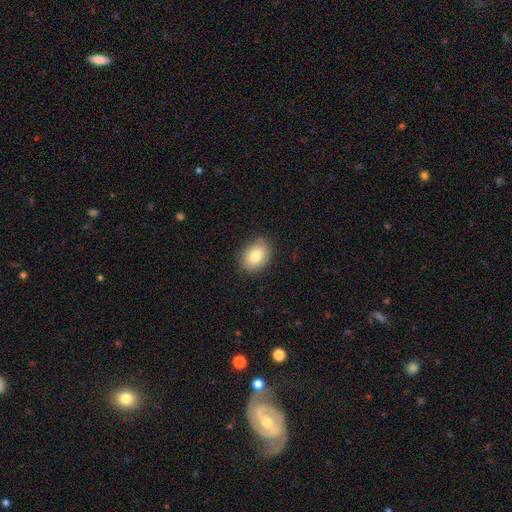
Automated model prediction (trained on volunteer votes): Smooth or featured: smooth — 82% (featured or disk — 10%)
How rounded: in between — 75% (round — 24%)
Merging: none — 85% (minor disturbance — 12%)